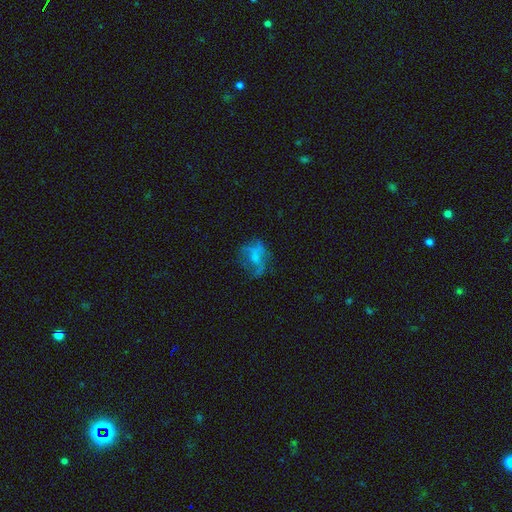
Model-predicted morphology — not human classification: A featured or disk galaxy (48%).

Vote fractions:
- Smooth or featured? featured or disk: 48% / smooth: 38% / star or artifact: 14%
- Merging? none: 46% / major disturbance: 30% / minor disturbance: 21% / merger: 3%